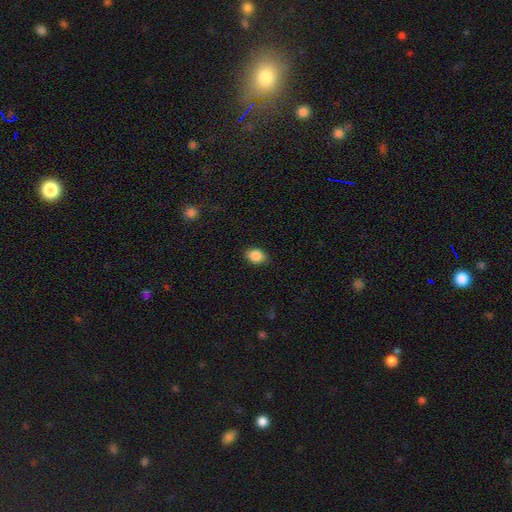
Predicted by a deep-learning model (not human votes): A smooth galaxy with no disk features (87%) that is in between round and cigar-shaped (70%).

Vote fractions:
- Smooth or featured? smooth: 87% / star or artifact: 8% / featured or disk: 4%
- How rounded? in between: 70% / round: 28% / cigar-shaped: 1%
- Merging? none: 86% / minor disturbance: 11% / major disturbance: 2% / merger: 1%